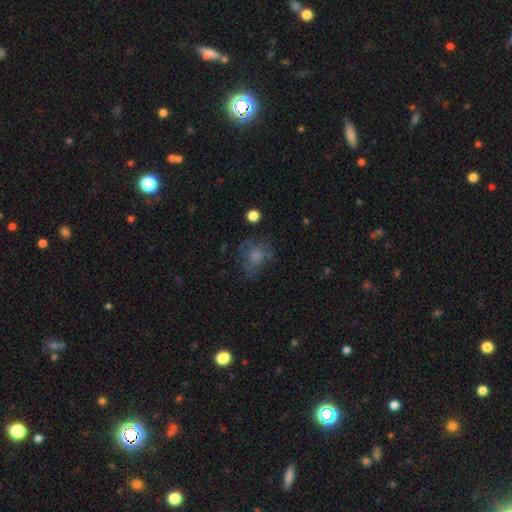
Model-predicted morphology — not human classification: Smooth or featured?
  - smooth: 60% *
  - featured or disk: 26%
  - star or artifact: 14%
How rounded?
  - round: 62% *
  - in between: 37%
  - cigar-shaped: 1%
Merging?
  - none: 50% *
  - major disturbance: 24%
  - minor disturbance: 23%
  - merger: 3%